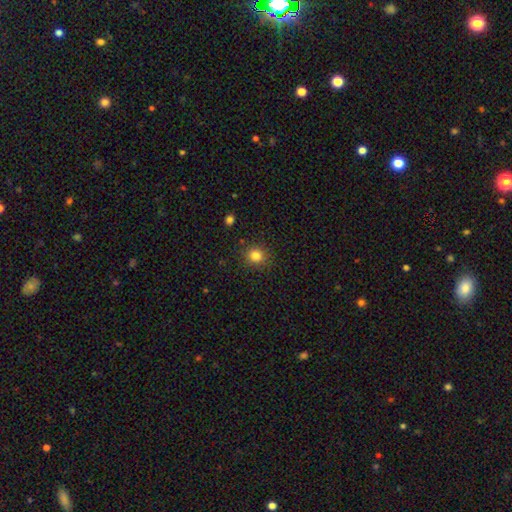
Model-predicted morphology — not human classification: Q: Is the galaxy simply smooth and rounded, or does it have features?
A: smooth — 83%.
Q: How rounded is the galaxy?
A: round — 86%.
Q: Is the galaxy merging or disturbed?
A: none — 88%.